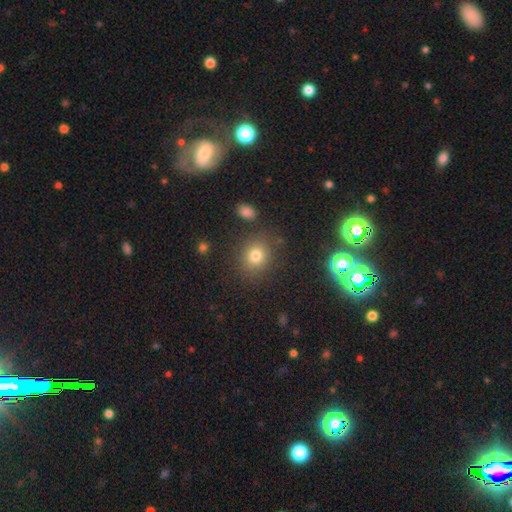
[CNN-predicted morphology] Smooth or featured? Predicted: smooth (p=0.76). How rounded? Predicted: round (p=0.76). Merging? Predicted: none (p=0.83).